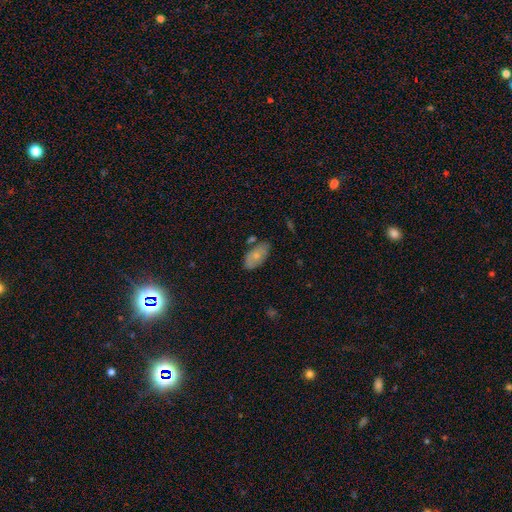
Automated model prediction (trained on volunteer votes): smooth 72%, featured or disk 21%, star or artifact 7%. Down the decision tree: how rounded — in between (93%); merging — none (69%).